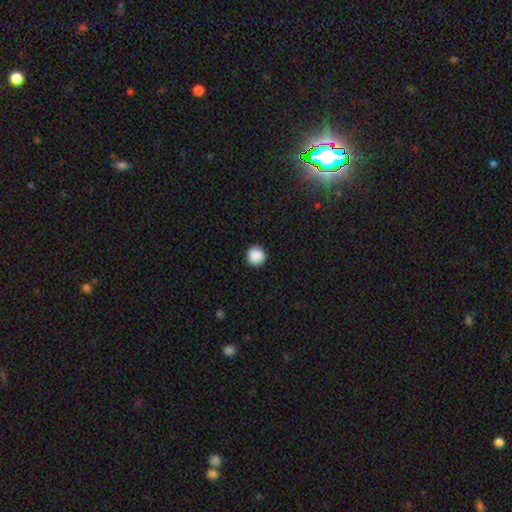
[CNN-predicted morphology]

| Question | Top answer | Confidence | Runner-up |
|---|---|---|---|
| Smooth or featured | smooth | 89% | star or artifact (9%) |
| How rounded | round | 96% | in between (3%) |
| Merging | none | 92% | minor disturbance (5%) |